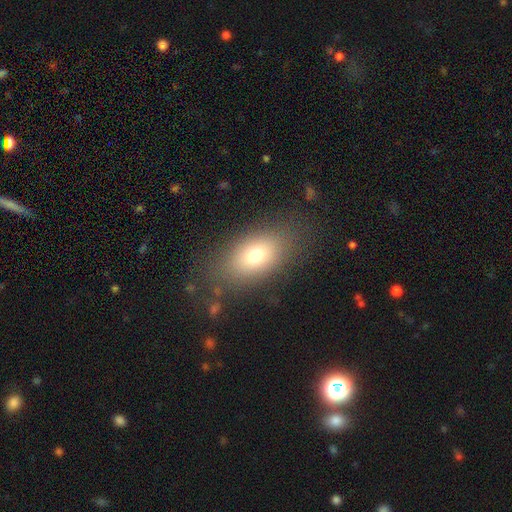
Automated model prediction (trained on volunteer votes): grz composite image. It shows a smooth galaxy with no disk features (72%) that is in between round and cigar-shaped (84%). Merging: none (81%).